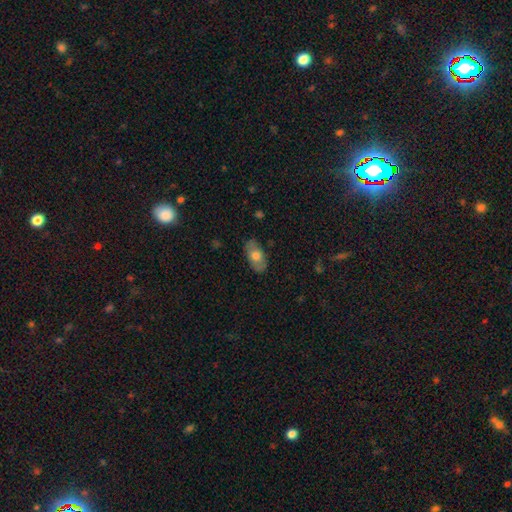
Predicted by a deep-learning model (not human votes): Smooth or featured?
  - smooth: 66% *
  - featured or disk: 28%
  - star or artifact: 6%
How rounded?
  - in between: 91% *
  - round: 6%
  - cigar-shaped: 3%
Merging?
  - none: 80% *
  - minor disturbance: 15%
  - major disturbance: 4%
  - merger: 1%